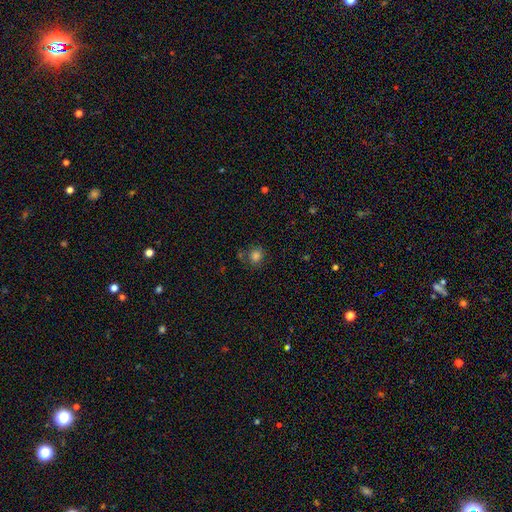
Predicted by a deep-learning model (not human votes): Overall: smooth (81%). How rounded: round (86%). Merging: none (72%).